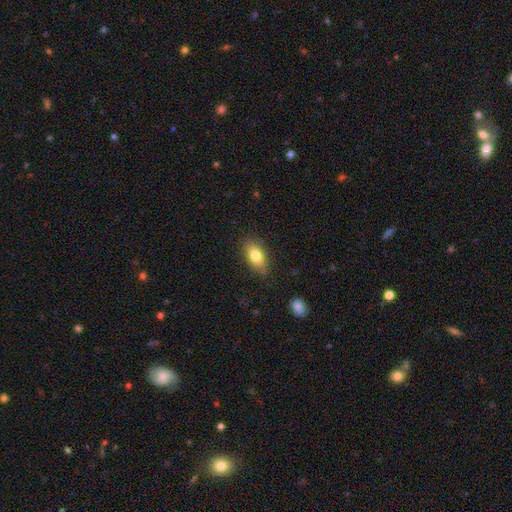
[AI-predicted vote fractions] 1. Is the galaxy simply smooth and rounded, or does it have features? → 79% smooth, 13% featured or disk, 8% star or artifact.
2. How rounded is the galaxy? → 87% in between, 8% round, 5% cigar-shaped.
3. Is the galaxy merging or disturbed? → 82% none, 14% minor disturbance, 3% major disturbance, 1% merger.